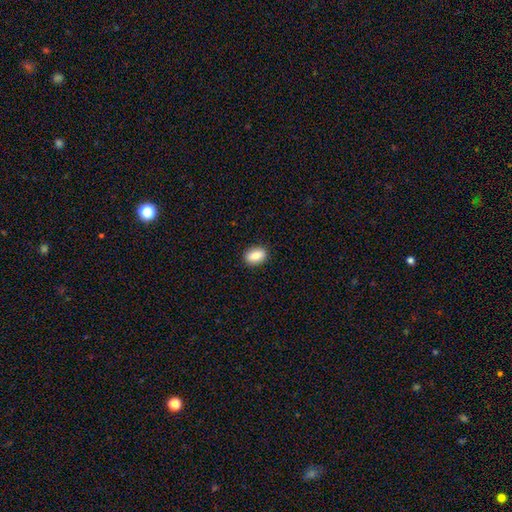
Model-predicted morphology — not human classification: Smooth or featured? smooth (86%)
How rounded? in between (84%)
Merging? none (90%)